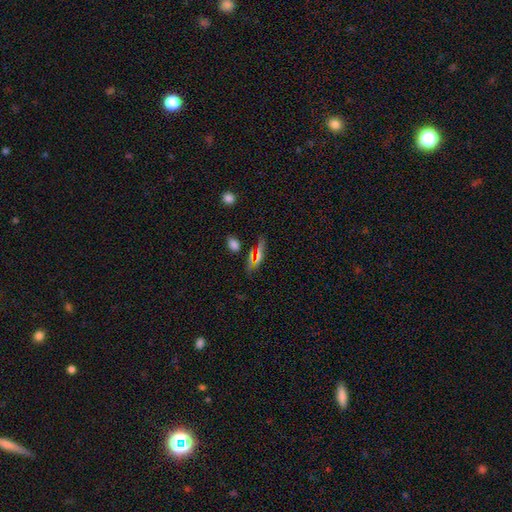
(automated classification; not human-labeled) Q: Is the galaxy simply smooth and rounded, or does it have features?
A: smooth — 68%.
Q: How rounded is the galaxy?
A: in between — 54%.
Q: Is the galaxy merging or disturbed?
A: none — 83%.